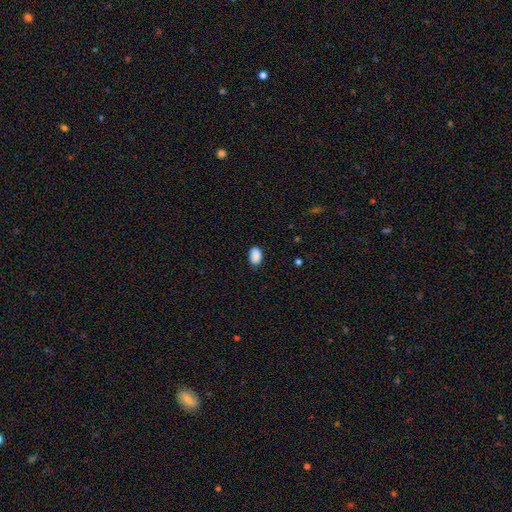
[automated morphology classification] This is clearly a smooth galaxy (89%). How rounded: clearly in between (86%). Merging: clearly none (82%).